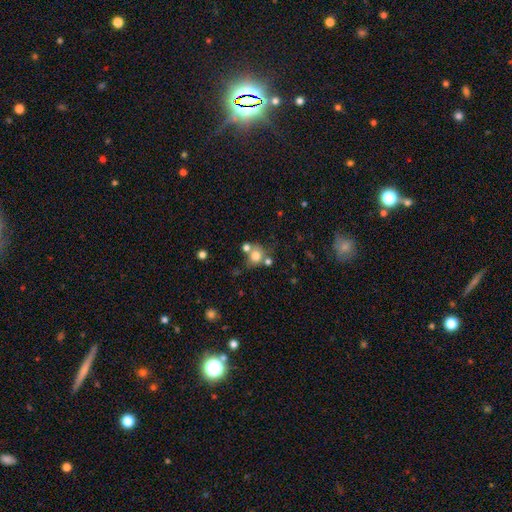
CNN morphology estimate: smooth_or_featured: smooth (p=0.75) [alt: star or artifact p=0.13]
how_rounded: round (p=0.78) [alt: in between p=0.21]
merging: none (p=0.53) [alt: merger p=0.29]